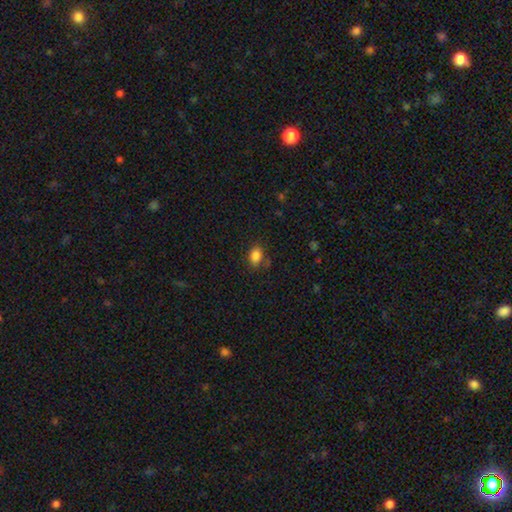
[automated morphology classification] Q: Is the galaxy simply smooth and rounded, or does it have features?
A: smooth — 85%.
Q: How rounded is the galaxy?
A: in between — 81%.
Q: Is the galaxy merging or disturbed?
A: none — 76%.